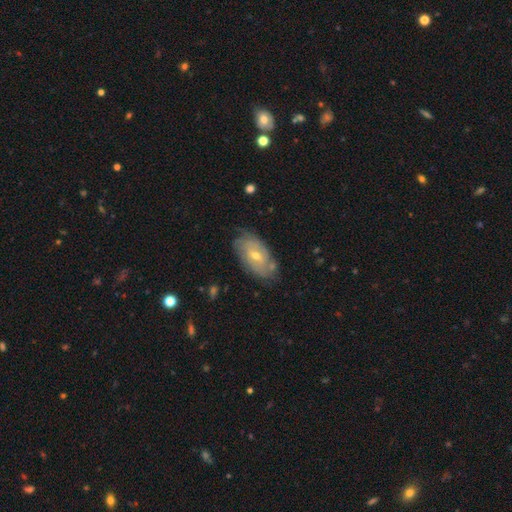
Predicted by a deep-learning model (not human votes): A featured or disk galaxy (60%) with no bar (57%), spiral arms (71%) and a small central bulge (52%). Merging: none (74%).